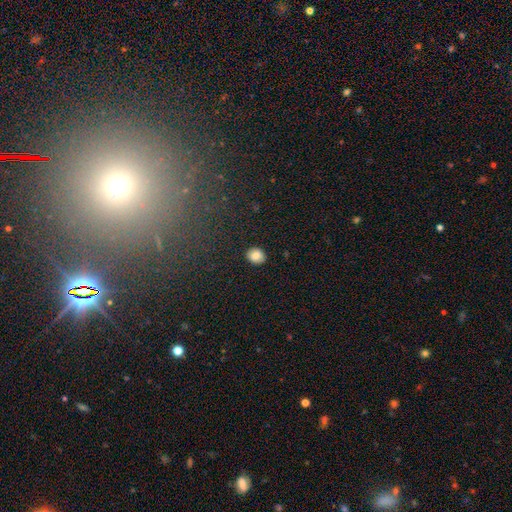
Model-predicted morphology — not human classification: A smooth galaxy with no disk features (84%) that is round (68%).

Vote fractions:
- Smooth or featured? smooth: 84% / star or artifact: 10% / featured or disk: 6%
- How rounded? round: 68% / in between: 31% / cigar-shaped: 1%
- Merging? none: 88% / minor disturbance: 8% / major disturbance: 2% / merger: 1%